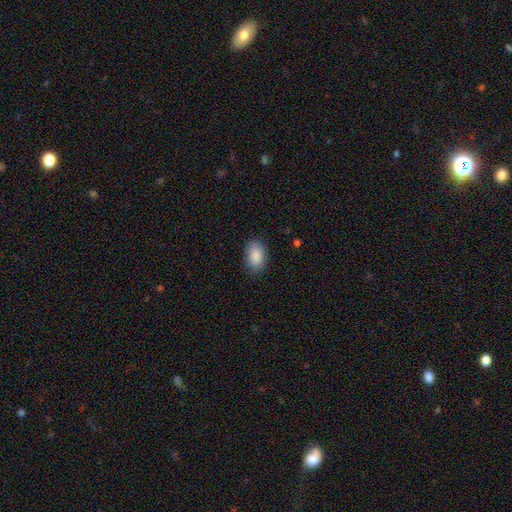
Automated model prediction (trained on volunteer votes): Smooth or featured?
  - smooth: 89% *
  - star or artifact: 7%
  - featured or disk: 4%
How rounded?
  - in between: 90% *
  - round: 9%
  - cigar-shaped: 1%
Merging?
  - none: 84% *
  - minor disturbance: 13%
  - major disturbance: 3%
  - merger: 1%